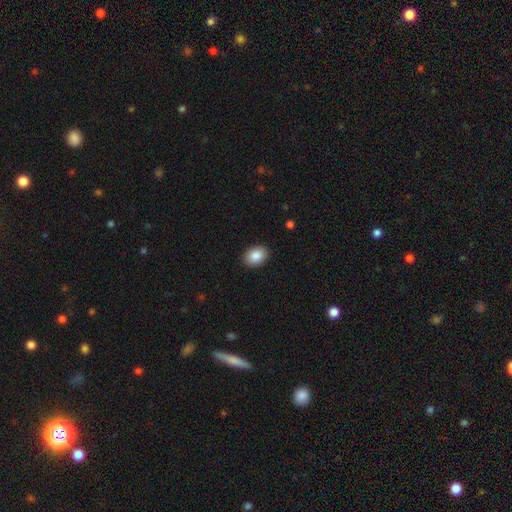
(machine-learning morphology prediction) Smooth or featured? Predicted: smooth (p=0.87). How rounded? Predicted: in between (p=0.71). Merging? Predicted: none (p=0.90).